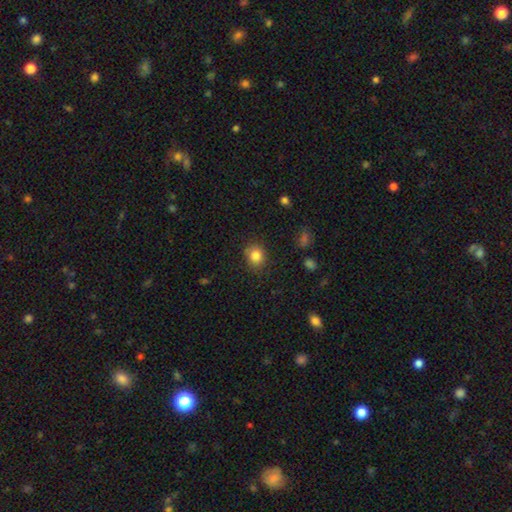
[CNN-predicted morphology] This appears to be a smooth galaxy with no disk features (84%) that is round (68%). Merging: none (83%).